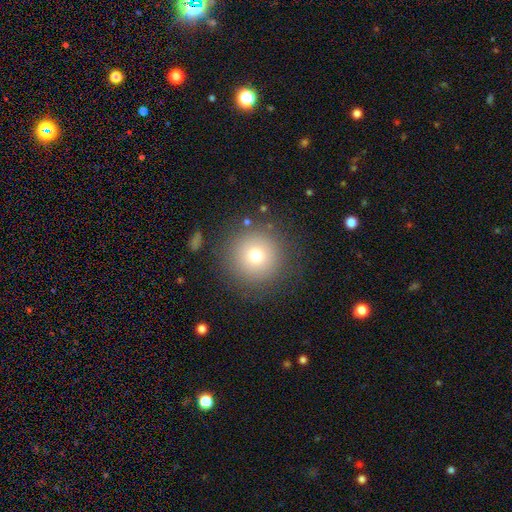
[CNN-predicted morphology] Smooth or featured?
  - smooth: 73% *
  - star or artifact: 14%
  - featured or disk: 13%
How rounded?
  - round: 96% *
  - in between: 3%
  - cigar-shaped: 1%
Merging?
  - none: 86% *
  - minor disturbance: 8%
  - major disturbance: 4%
  - merger: 2%